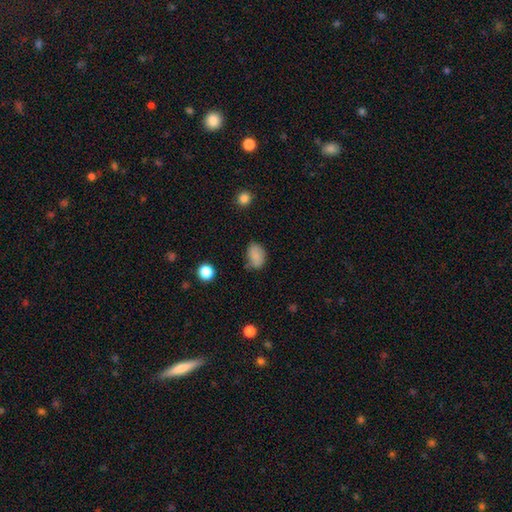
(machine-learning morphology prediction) Smooth or featured? Predicted: smooth (p=0.83). How rounded? Predicted: in between (p=0.82). Merging? Predicted: none (p=0.66).